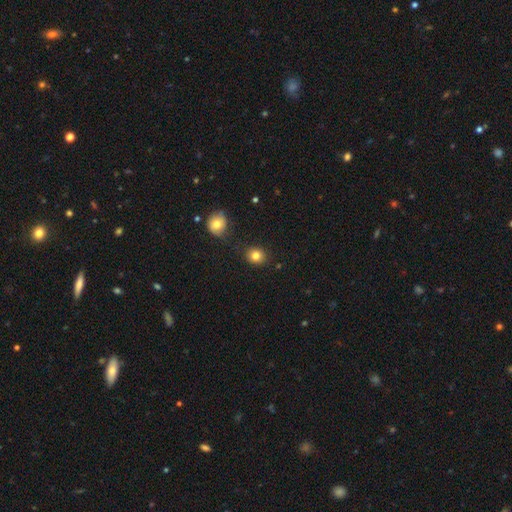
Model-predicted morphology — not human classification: This appears to be a smooth galaxy with no disk features (82%) that is round (75%). Merging: none (85%).